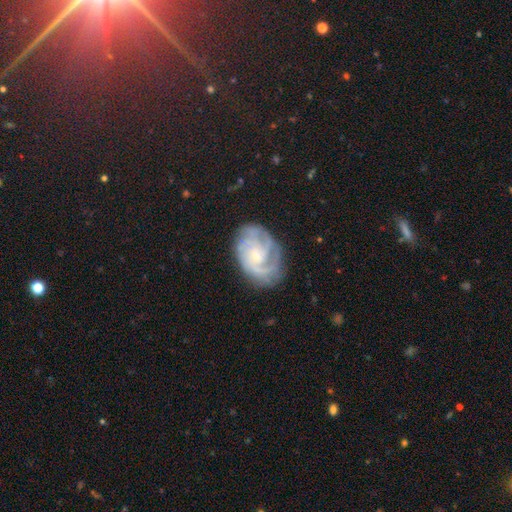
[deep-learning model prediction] Smooth or featured?
  - featured or disk: 84% *
  - smooth: 10%
  - star or artifact: 6%
Edge-on disk?
  - no: 97% *
  - yes: 3%
Bar?
  - no: 70% *
  - weak: 25%
  - strong: 4%
Spiral arms?
  - yes: 96% *
  - no: 4%
Spiral winding?
  - tight: 57% *
  - medium: 34%
  - loose: 8%
Spiral arm count?
  - 3: 31% *
  - can't tell: 24%
  - 2: 20%
  - 4: 13%
  - 1: 6%
  - more than 4: 6%
Bulge size?
  - small: 71% *
  - moderate: 24%
  - none: 2%
  - large: 1%
  - dominant: 1%
Merging?
  - none: 72% *
  - minor disturbance: 19%
  - major disturbance: 8%
  - merger: 1%